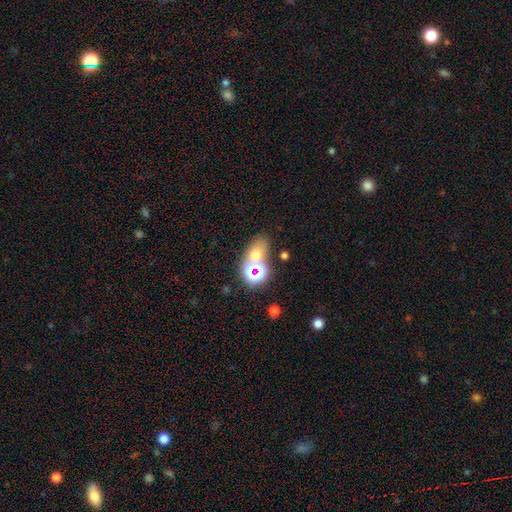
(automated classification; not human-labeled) A smooth galaxy with no disk features (57%) that is in between round and cigar-shaped (62%). Merging: none (53%).